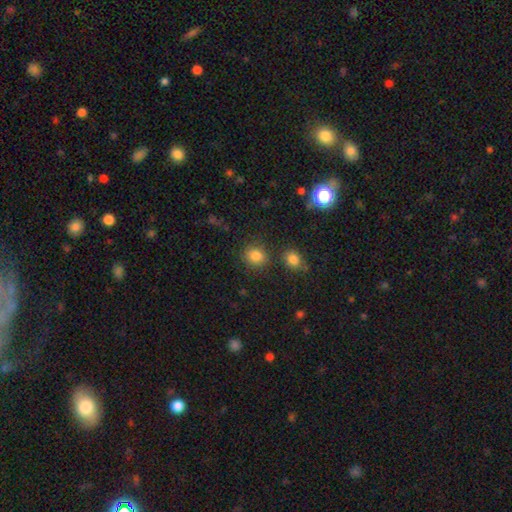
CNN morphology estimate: Smooth or featured? Predicted: smooth (p=0.83). How rounded? Predicted: round (p=0.75). Merging? Predicted: none (p=0.77).